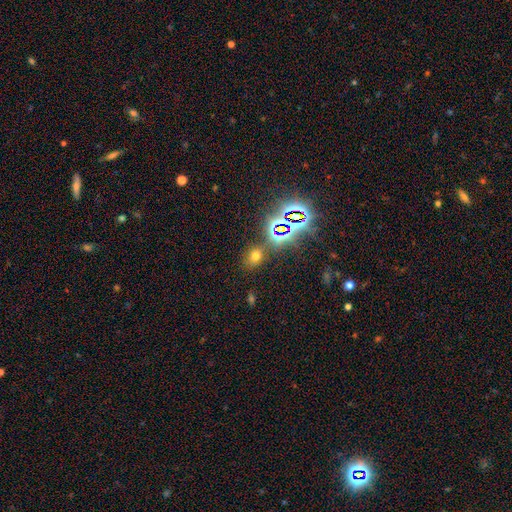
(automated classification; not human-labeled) Smooth or featured? Predicted: smooth (p=0.53). How rounded? Predicted: in between (p=0.59). Merging? Predicted: none (p=0.76).